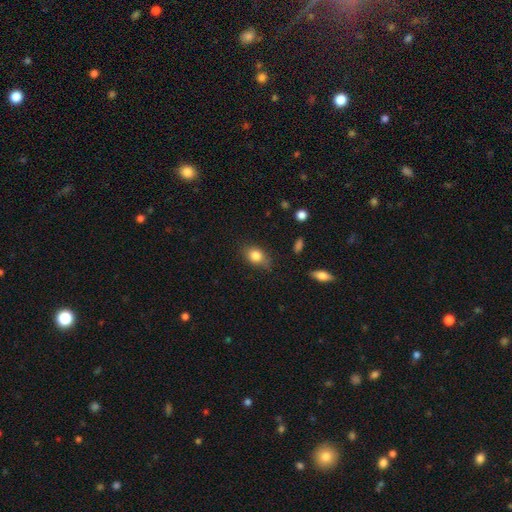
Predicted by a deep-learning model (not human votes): smooth 82%, star or artifact 9%, featured or disk 9%. Down the decision tree: how rounded — in between (64%); merging — none (73%).